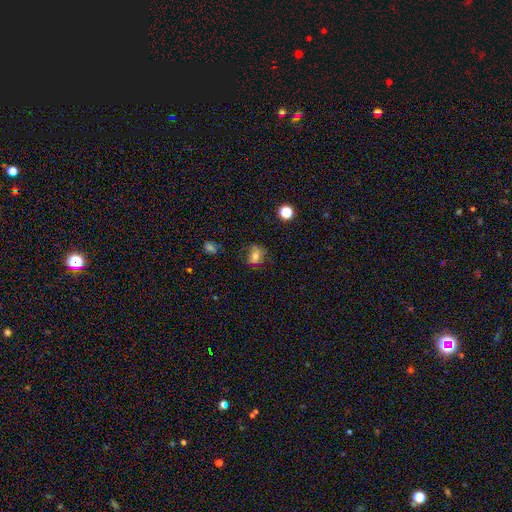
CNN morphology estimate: Smooth or featured?
  - smooth: 64% *
  - featured or disk: 20%
  - star or artifact: 16%
How rounded?
  - round: 56% *
  - in between: 42%
  - cigar-shaped: 2%
Merging?
  - none: 66% *
  - minor disturbance: 22%
  - major disturbance: 9%
  - merger: 3%